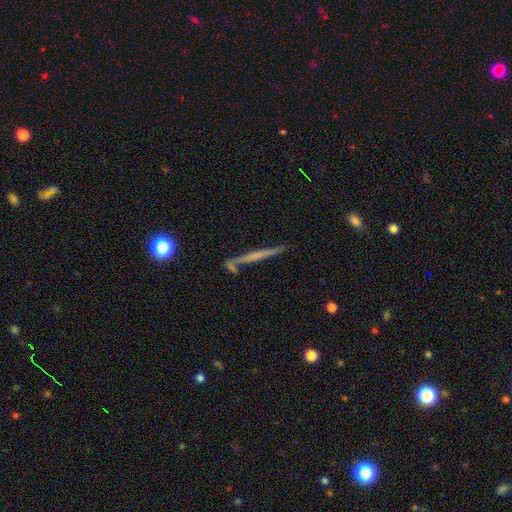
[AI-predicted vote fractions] featured or disk 57%, smooth 35%, star or artifact 9%. Down the decision tree: edge-on disk — yes (95%); edge-on bulge — none (66%); merging — none (76%).